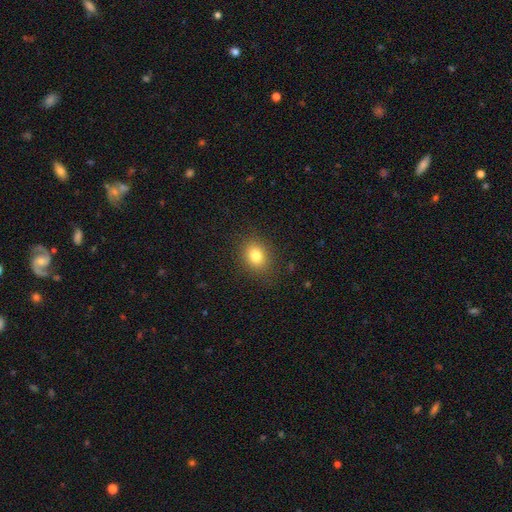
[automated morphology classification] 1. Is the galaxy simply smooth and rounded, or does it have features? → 80% smooth, 12% star or artifact, 8% featured or disk.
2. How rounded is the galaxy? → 54% round, 45% in between, 1% cigar-shaped.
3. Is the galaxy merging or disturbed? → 87% none, 9% minor disturbance, 3% major disturbance, 1% merger.